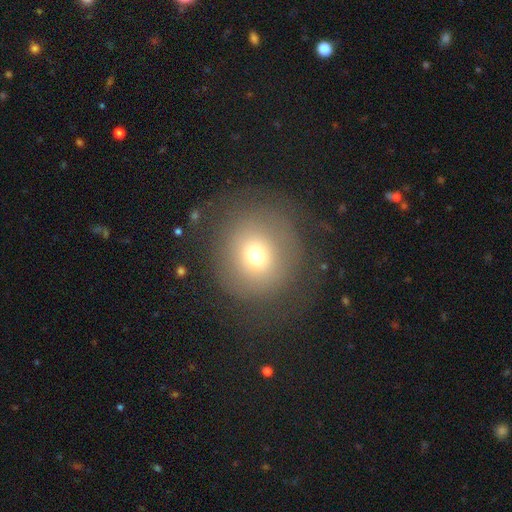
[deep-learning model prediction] Q: Smooth or featured?
A: smooth (64%); runner-up: featured or disk (21%)
Q: How rounded?
A: round (90%); runner-up: in between (9%)
Q: Merging?
A: none (68%); runner-up: major disturbance (15%)